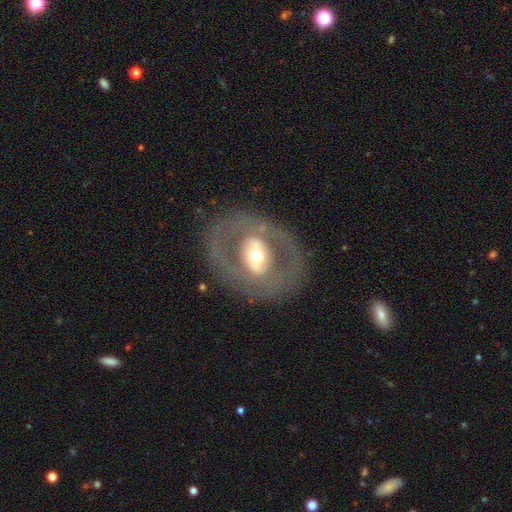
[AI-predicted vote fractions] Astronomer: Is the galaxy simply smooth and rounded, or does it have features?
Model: featured or disk — 67%.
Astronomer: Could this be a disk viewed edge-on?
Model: no — 92%.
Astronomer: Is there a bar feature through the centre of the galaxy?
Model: no — 39% (runner-up: strong, 32%).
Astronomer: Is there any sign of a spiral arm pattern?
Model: no — 79%.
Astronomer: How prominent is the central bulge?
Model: moderate — 61%.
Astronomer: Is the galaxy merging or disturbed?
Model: none — 77%.